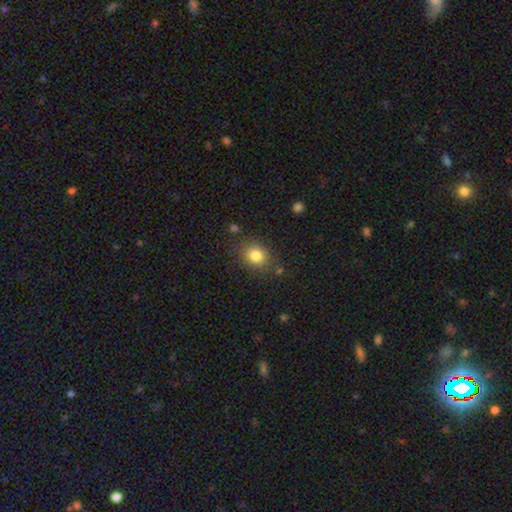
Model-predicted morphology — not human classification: smooth-or-featured: smooth: 82% | star or artifact: 11% | featured or disk: 7%
  how-rounded: round: 72% | in between: 28% | cigar-shaped: 1%
  merging: none: 82% | minor disturbance: 11% | major disturbance: 4% | merger: 3%